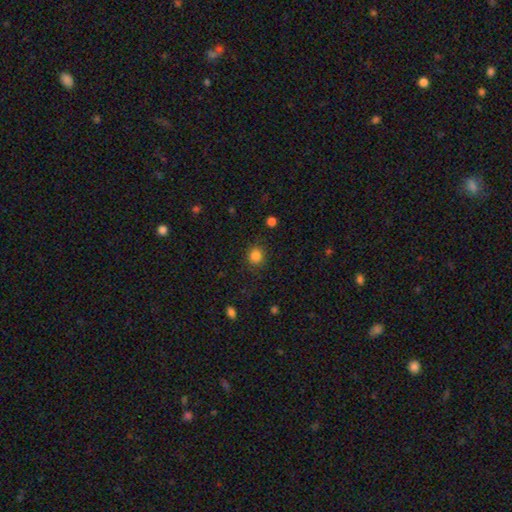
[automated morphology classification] smooth 84%, star or artifact 12%, featured or disk 4%. Down the decision tree: how rounded — round (87%); merging — none (87%).